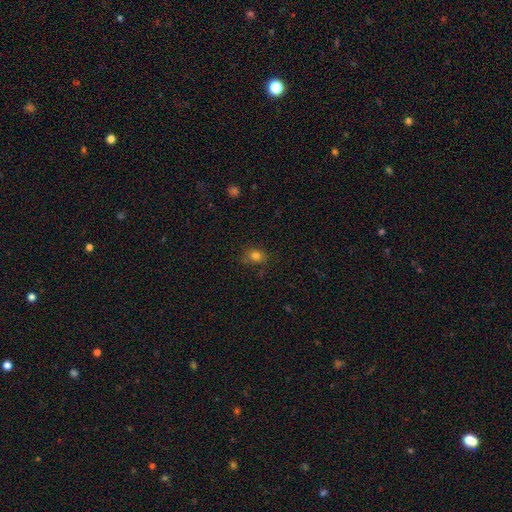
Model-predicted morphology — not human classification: A smooth galaxy with no disk features (79%) that is round (51%). Merging: none (72%).